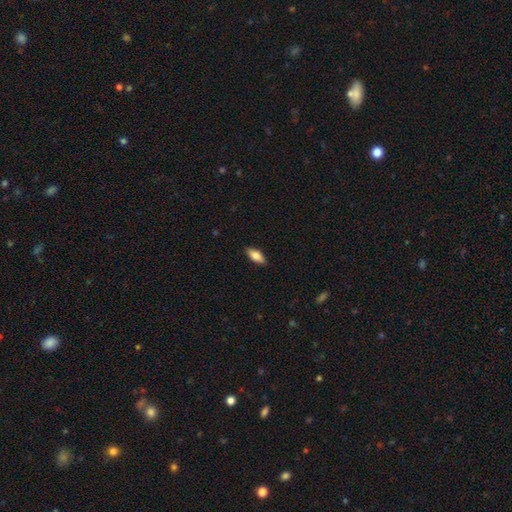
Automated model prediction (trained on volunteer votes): Morphology: type=smooth (78%); roundness=in between (82%); merging=none (89%).